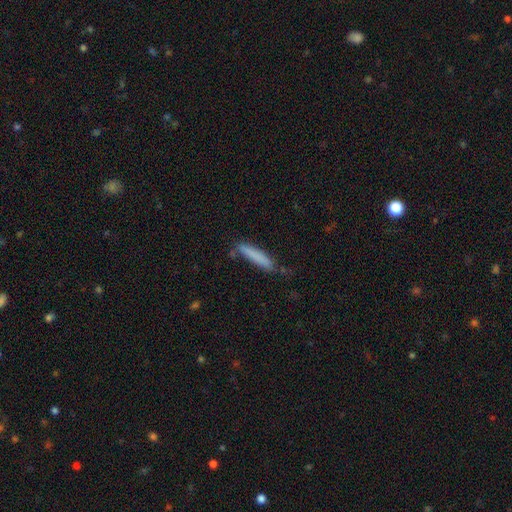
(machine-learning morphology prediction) This is clearly a smooth galaxy (80%). How rounded: clearly cigar-shaped (91%). Merging: likely none (73%).